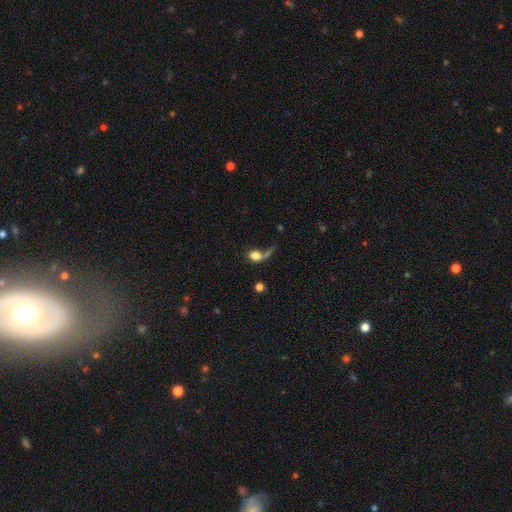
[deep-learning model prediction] A smooth galaxy with no disk features (71%) that is in between round and cigar-shaped (50%).

Vote fractions:
- Smooth or featured? smooth: 71% / featured or disk: 18% / star or artifact: 11%
- How rounded? in between: 50% / round: 47% / cigar-shaped: 3%
- Merging? major disturbance: 32% / none: 29% / merger: 24% / minor disturbance: 15%